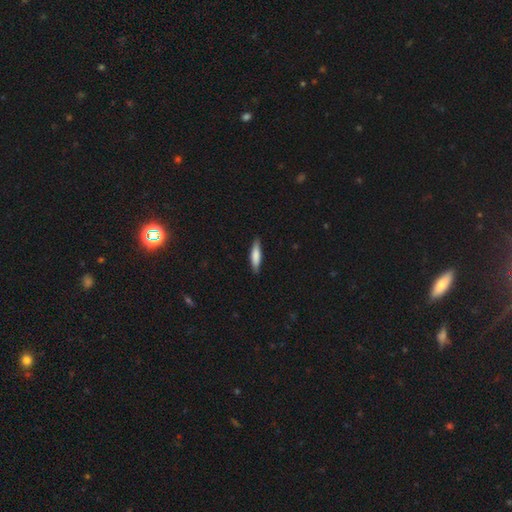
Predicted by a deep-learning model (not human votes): Smooth or featured? smooth (77%)
How rounded? cigar-shaped (76%)
Merging? none (87%)